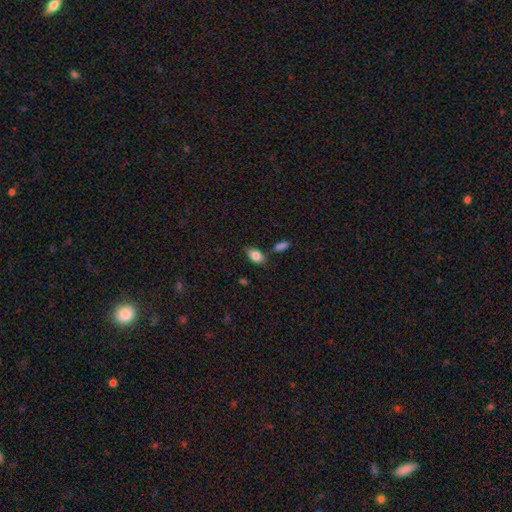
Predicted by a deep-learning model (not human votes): Morphology: type=smooth (83%); roundness=in between (91%); merging=none (77%).